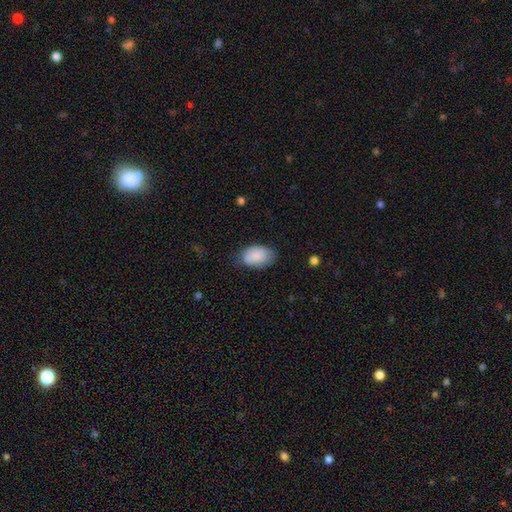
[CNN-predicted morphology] A smooth galaxy with no disk features (84%) that is in between round and cigar-shaped (91%). Merging: none (68%).